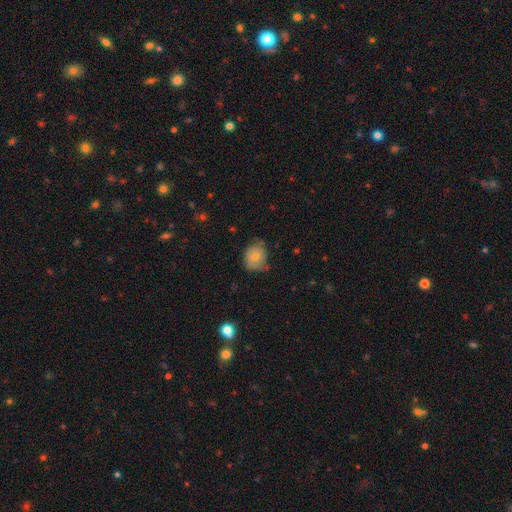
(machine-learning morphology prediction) smooth-or-featured: smooth: 63% | featured or disk: 27% | star or artifact: 11%
  how-rounded: round: 52% | in between: 47% | cigar-shaped: 1%
  merging: none: 57% | minor disturbance: 32% | major disturbance: 9% | merger: 2%